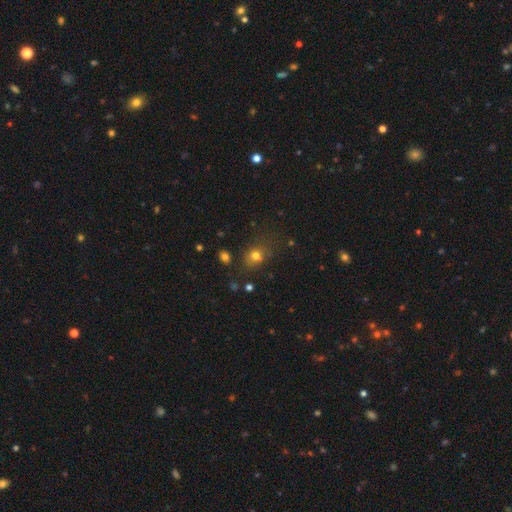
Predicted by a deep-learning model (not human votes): smooth_or_featured: smooth (p=0.74) [alt: star or artifact p=0.16]
how_rounded: round (p=0.50) [alt: in between p=0.48]
merging: none (p=0.65) [alt: minor disturbance p=0.21]